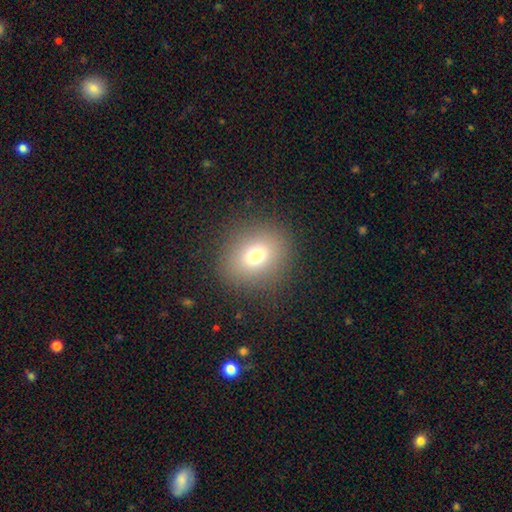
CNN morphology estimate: Smooth or featured? Predicted: smooth (p=0.74). How rounded? Predicted: round (p=0.67). Merging? Predicted: none (p=0.87).